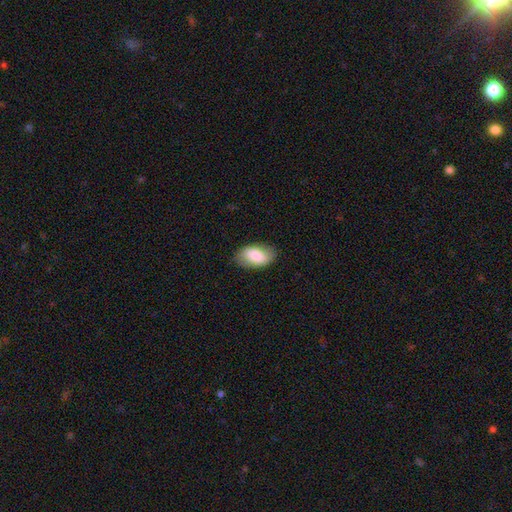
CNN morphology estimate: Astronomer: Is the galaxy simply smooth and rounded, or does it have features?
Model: smooth — 79%.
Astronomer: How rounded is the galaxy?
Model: in between — 94%.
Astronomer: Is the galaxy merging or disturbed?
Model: none — 81%.